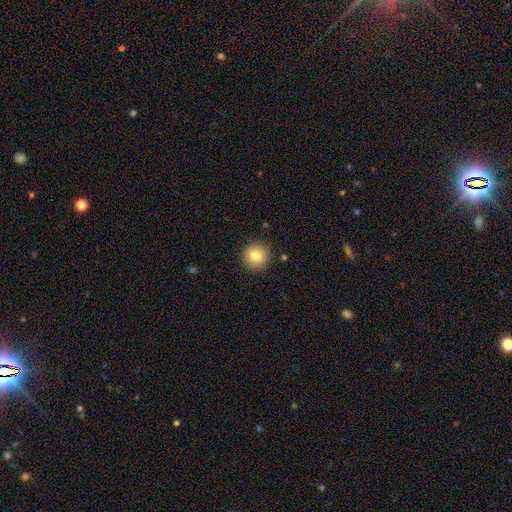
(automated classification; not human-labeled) This is clearly a smooth galaxy (81%). How rounded: clearly round (95%). Merging: clearly none (91%).